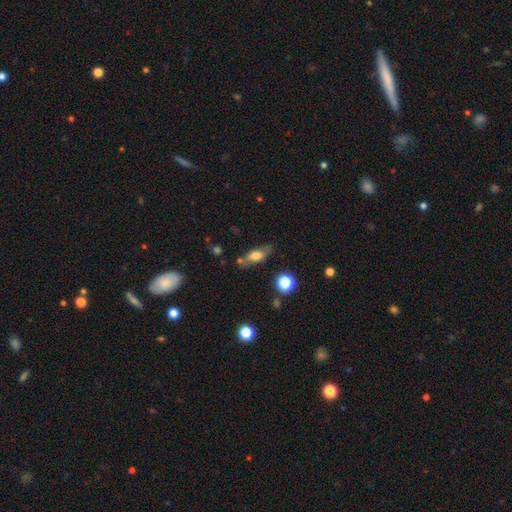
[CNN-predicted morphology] This is likely a smooth galaxy (63%). How rounded: likely in between (72%). Merging: likely none (67%).